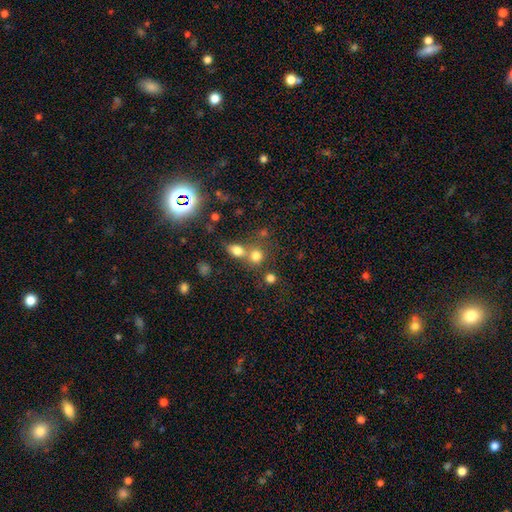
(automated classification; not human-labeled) A smooth galaxy with no disk features (75%) that is round (80%).

Vote fractions:
- Smooth or featured? smooth: 75% / star or artifact: 15% / featured or disk: 10%
- How rounded? round: 80% / in between: 19% / cigar-shaped: 1%
- Merging? none: 47% / merger: 41% / minor disturbance: 8% / major disturbance: 4%